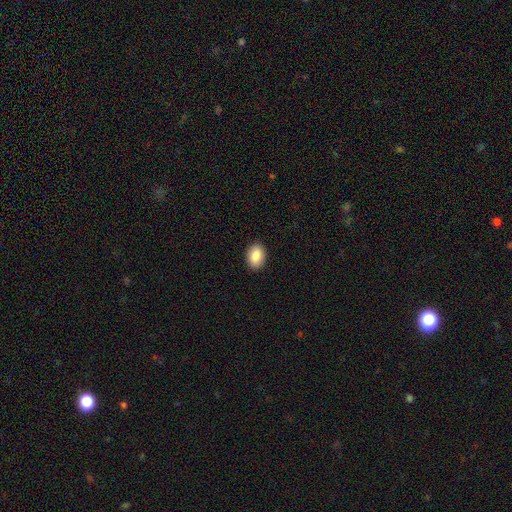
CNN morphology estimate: Overall: smooth (87%). How rounded: in between (80%). Merging: none (90%).